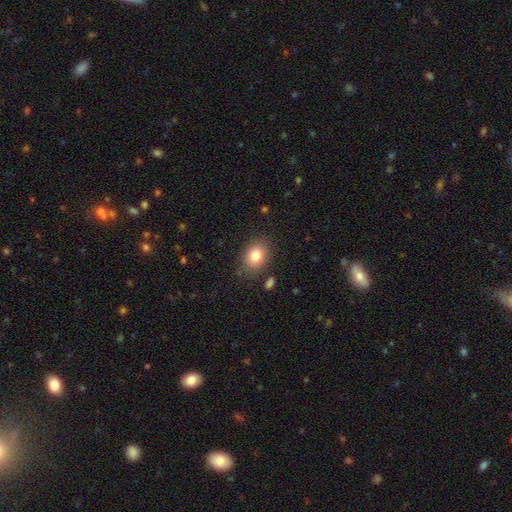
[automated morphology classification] Overall: smooth (81%). How rounded: in between (62%; round 37%). Merging: none (82%).